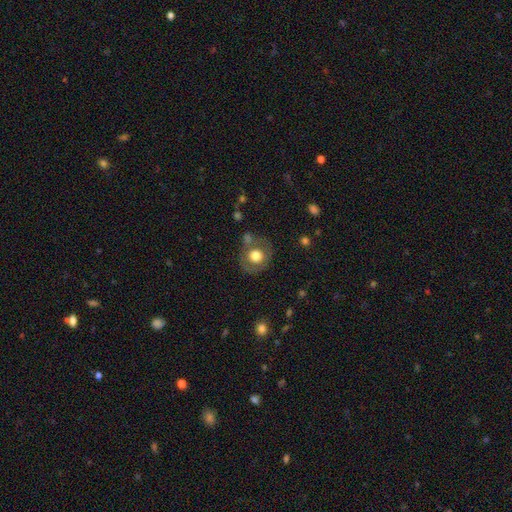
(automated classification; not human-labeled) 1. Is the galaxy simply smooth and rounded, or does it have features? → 64% smooth, 28% featured or disk, 9% star or artifact.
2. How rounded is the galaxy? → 83% round, 16% in between, 1% cigar-shaped.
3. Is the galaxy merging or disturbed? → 67% none, 16% minor disturbance, 10% merger, 7% major disturbance.